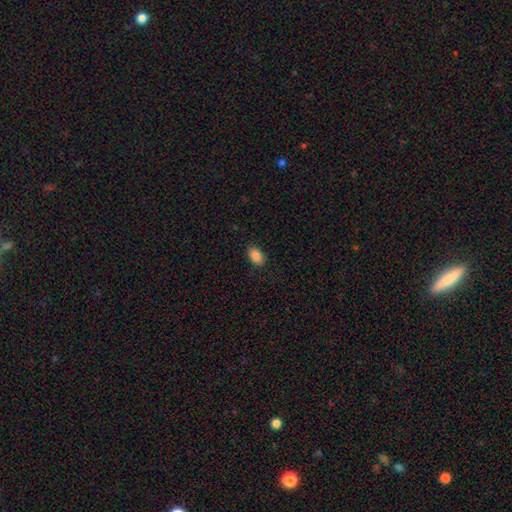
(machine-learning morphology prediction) Smooth or featured: smooth — 88% (star or artifact — 8%)
How rounded: in between — 90% (round — 9%)
Merging: none — 88% (minor disturbance — 9%)